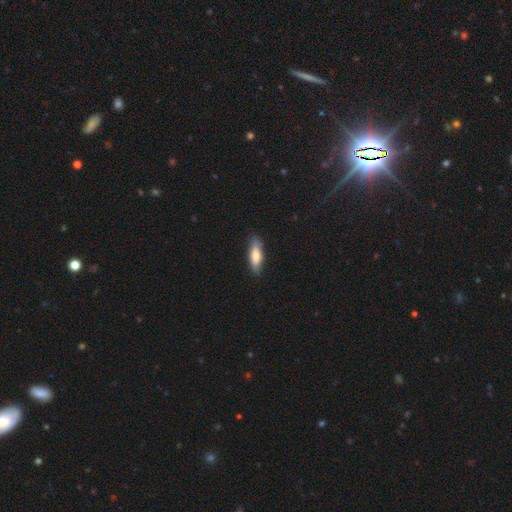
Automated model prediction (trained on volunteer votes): Smooth or featured: smooth — 75% (featured or disk — 19%)
How rounded: in between — 54% (cigar-shaped — 44%)
Merging: none — 82% (minor disturbance — 14%)